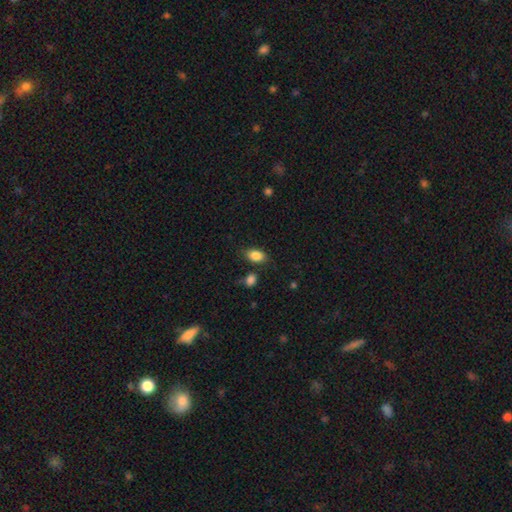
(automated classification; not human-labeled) Morphology: type=smooth (86%); roundness=in between (87%); merging=none (78%).